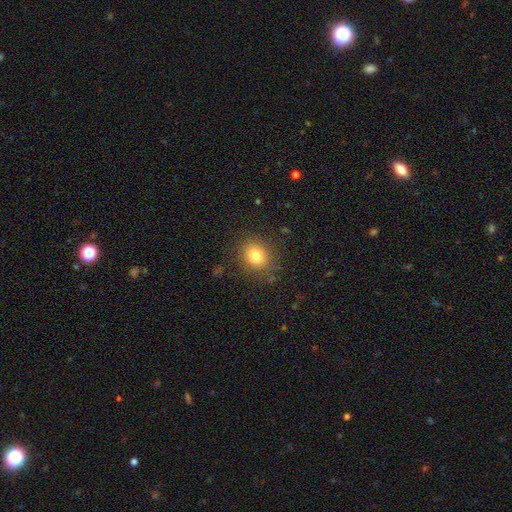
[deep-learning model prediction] Smooth or featured: smooth — 79% (star or artifact — 12%)
How rounded: round — 74% (in between — 25%)
Merging: none — 84% (minor disturbance — 11%)